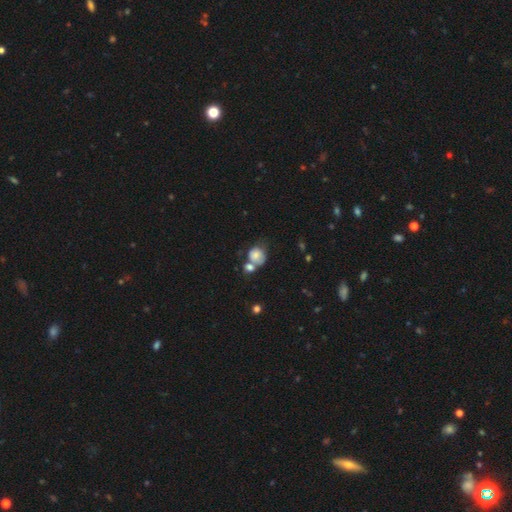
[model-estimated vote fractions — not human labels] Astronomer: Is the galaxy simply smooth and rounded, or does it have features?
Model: smooth — 71%.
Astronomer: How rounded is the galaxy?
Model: round — 72%.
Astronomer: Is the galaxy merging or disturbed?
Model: merger — 39% (runner-up: none, 33%).